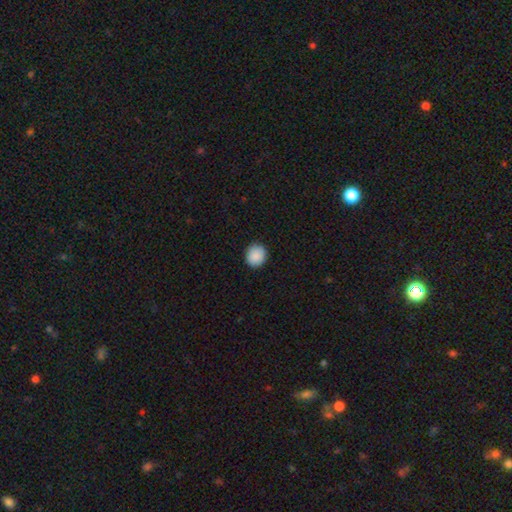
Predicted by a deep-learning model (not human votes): smooth 90%, star or artifact 7%, featured or disk 3%. Down the decision tree: how rounded — round (85%); merging — none (90%).